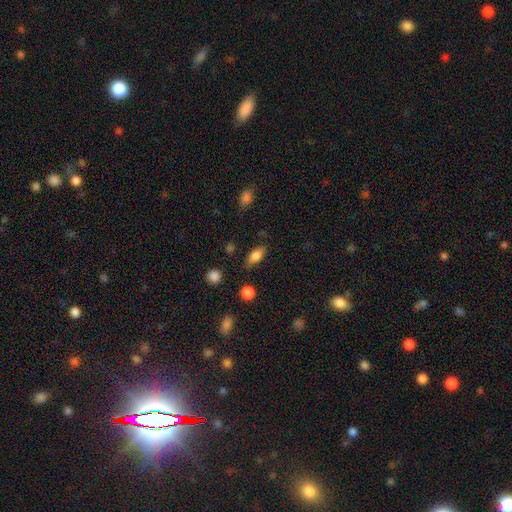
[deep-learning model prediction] Smooth or featured: smooth — 77% (featured or disk — 14%)
How rounded: in between — 82% (cigar-shaped — 11%)
Merging: none — 78% (minor disturbance — 16%)